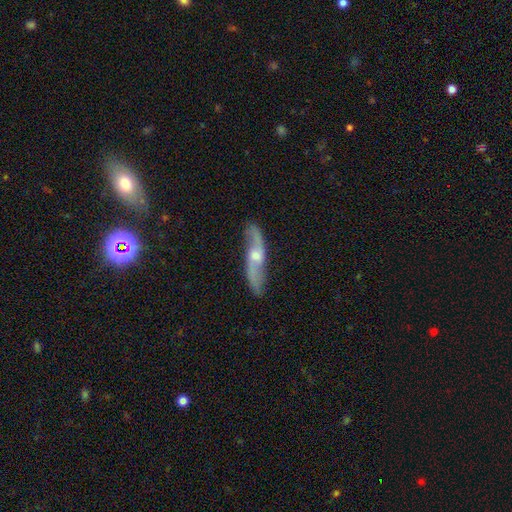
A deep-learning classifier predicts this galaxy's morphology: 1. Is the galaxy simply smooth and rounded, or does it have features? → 77% featured or disk, 16% smooth, 7% star or artifact.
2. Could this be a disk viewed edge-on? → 68% no, 32% yes.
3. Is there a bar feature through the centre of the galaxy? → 56% no, 34% weak, 10% strong.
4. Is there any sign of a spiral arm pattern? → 92% yes, 8% no.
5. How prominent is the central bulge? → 59% moderate, 33% small, 4% large, 2% none, 1% dominant.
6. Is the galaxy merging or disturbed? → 81% none, 14% minor disturbance, 4% major disturbance, 2% merger.